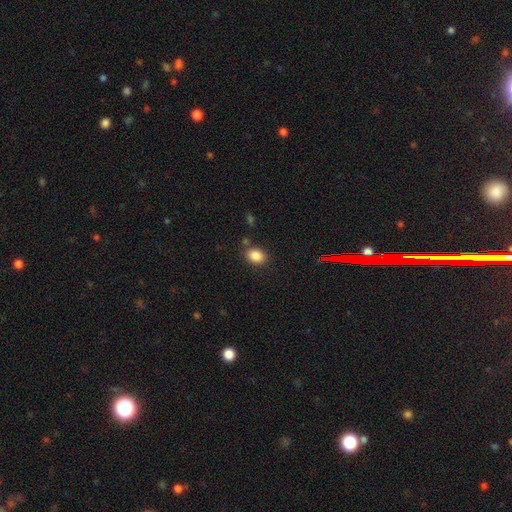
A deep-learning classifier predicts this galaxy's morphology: Smooth or featured?
  - smooth: 86% *
  - star or artifact: 10%
  - featured or disk: 4%
How rounded?
  - in between: 61% *
  - round: 38%
  - cigar-shaped: 1%
Merging?
  - none: 80% *
  - minor disturbance: 12%
  - merger: 5%
  - major disturbance: 4%